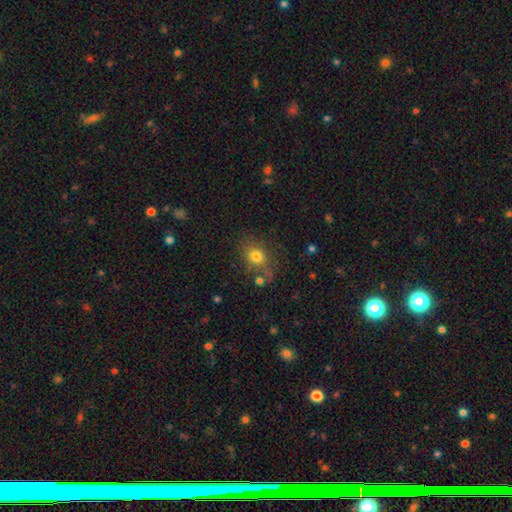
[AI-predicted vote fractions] Overall: smooth (75%). How rounded: round (62%; in between 36%). Merging: none (70%).